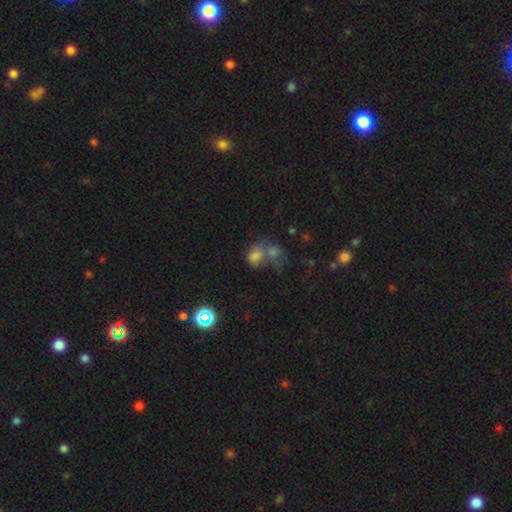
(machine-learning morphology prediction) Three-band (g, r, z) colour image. It shows a smooth galaxy with no disk features (67%) that is in between round and cigar-shaped (62%). Merging: merger (63%).